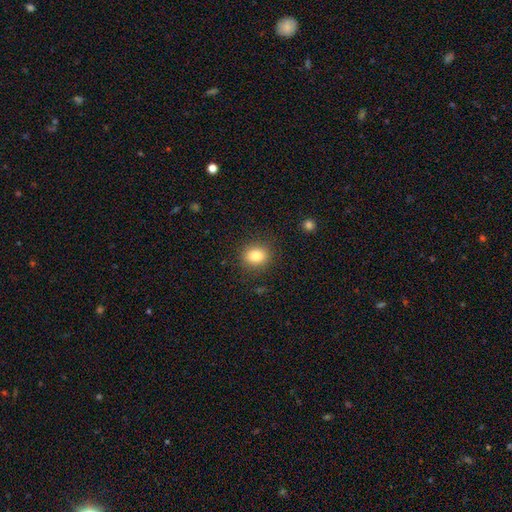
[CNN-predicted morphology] Overall: smooth (83%). How rounded: round (65%; in between 34%). Merging: none (87%).